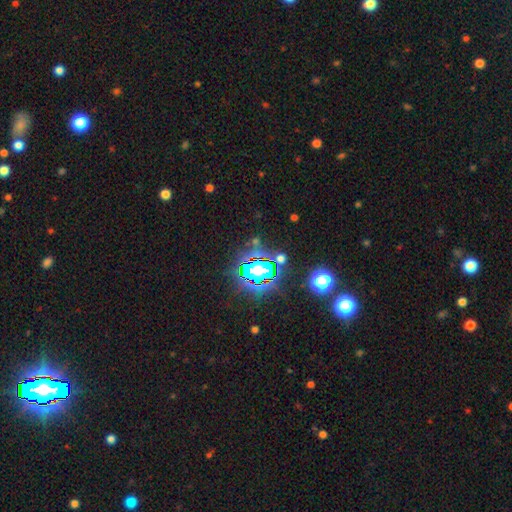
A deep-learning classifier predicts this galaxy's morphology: Smooth or featured?
  - star or artifact: 83% *
  - smooth: 10%
  - featured or disk: 7%